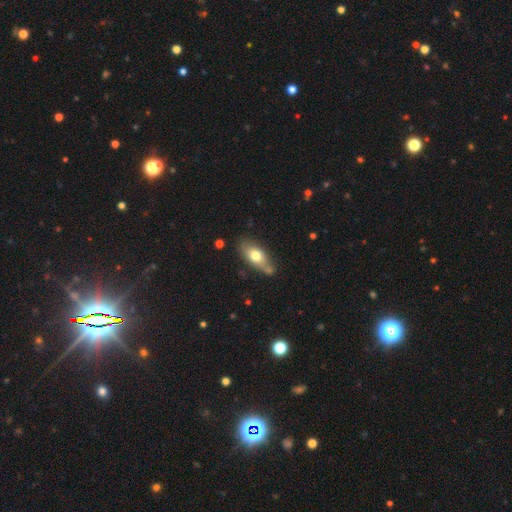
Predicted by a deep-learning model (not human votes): This appears to be a smooth galaxy with no disk features (67%) that is in between round and cigar-shaped (80%). Merging: none (59%).